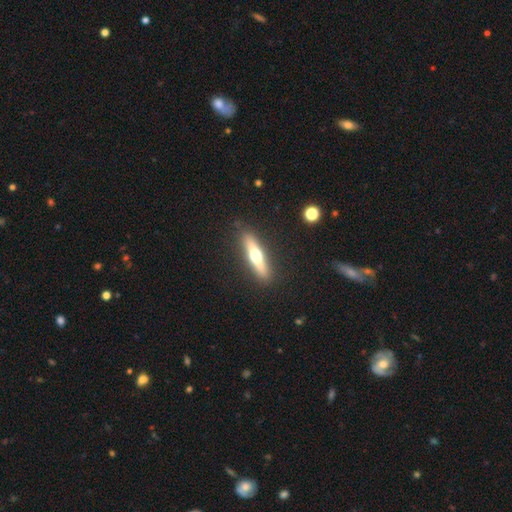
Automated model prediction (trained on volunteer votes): A featured or disk galaxy (55%) viewed edge-on (93%) with a rounded central bulge (94%).

Vote fractions:
- Smooth or featured? featured or disk: 55% / smooth: 39% / star or artifact: 6%
- Edge-on disk? yes: 93% / no: 7%
- Edge-on bulge? rounded: 94% / none: 4% / boxy: 2%
- Merging? none: 89% / minor disturbance: 8% / major disturbance: 2% / merger: 1%